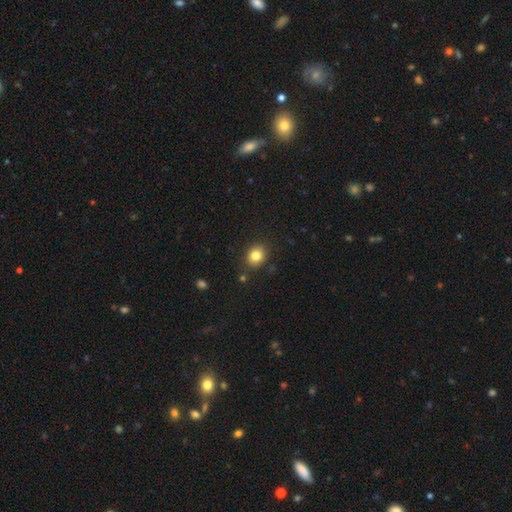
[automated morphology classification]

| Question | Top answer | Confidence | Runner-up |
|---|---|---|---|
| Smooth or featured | smooth | 82% | star or artifact (11%) |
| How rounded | round | 64% | in between (36%) |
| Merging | none | 86% | minor disturbance (9%) |